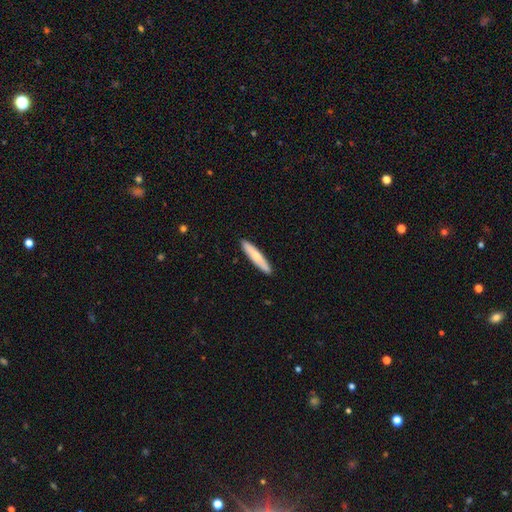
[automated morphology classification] The model was most divided on "smooth or featured": smooth: 69%, featured or disk: 26%, star or artifact: 5%. More confident: merging — none (90%); how rounded — cigar-shaped (88%).